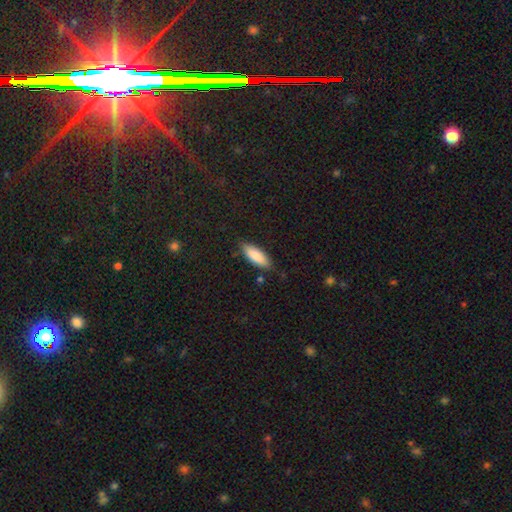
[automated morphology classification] type=smooth (84%); roundness=in between (67%); merging=none (80%).